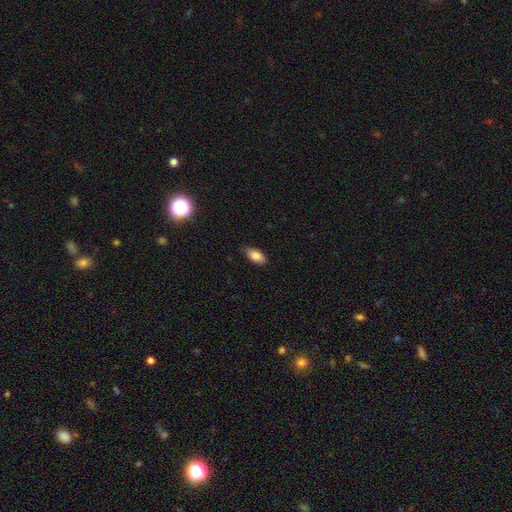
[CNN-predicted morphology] A smooth galaxy with no disk features (84%) that is in between round and cigar-shaped (89%). Merging: none (80%).